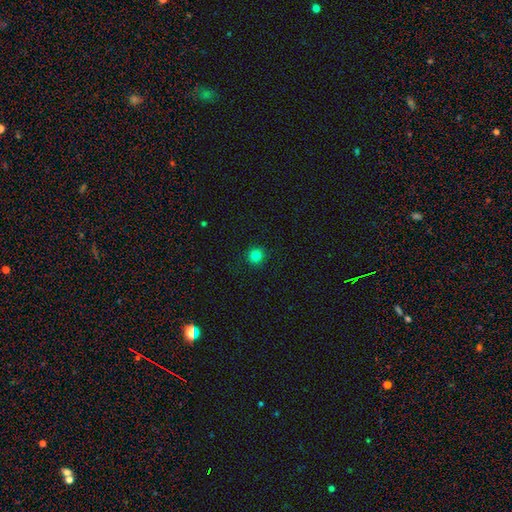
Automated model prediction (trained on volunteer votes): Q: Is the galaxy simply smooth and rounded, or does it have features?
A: smooth — 82%.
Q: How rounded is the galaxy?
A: round — 94%.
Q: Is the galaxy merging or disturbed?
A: none — 92%.